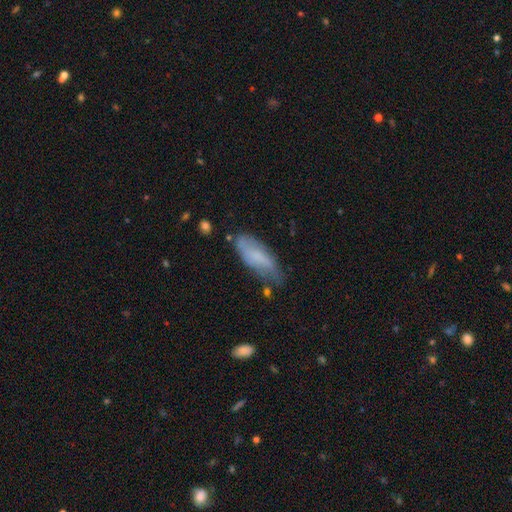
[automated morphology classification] type=smooth (59%); roundness=in between (68%); merging=none (60%).